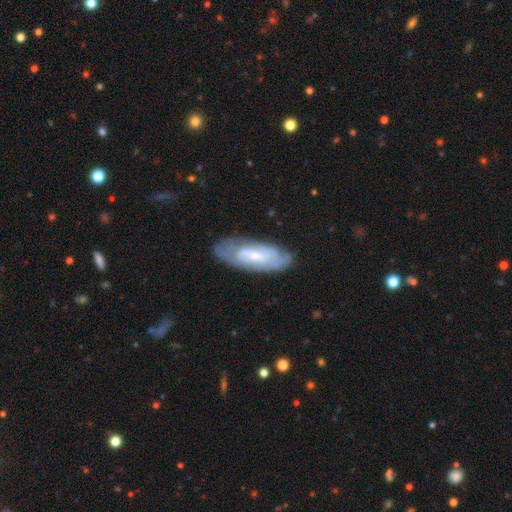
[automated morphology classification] Smooth or featured?
  - featured or disk: 63% *
  - smooth: 30%
  - star or artifact: 7%
Edge-on disk?
  - no: 85% *
  - yes: 15%
Bar?
  - no: 49% *
  - weak: 39%
  - strong: 12%
Spiral arms?
  - yes: 76% *
  - no: 24%
Bulge size?
  - small: 66% *
  - moderate: 27%
  - none: 4%
  - large: 2%
  - dominant: 1%
Merging?
  - none: 75% *
  - minor disturbance: 18%
  - major disturbance: 5%
  - merger: 2%